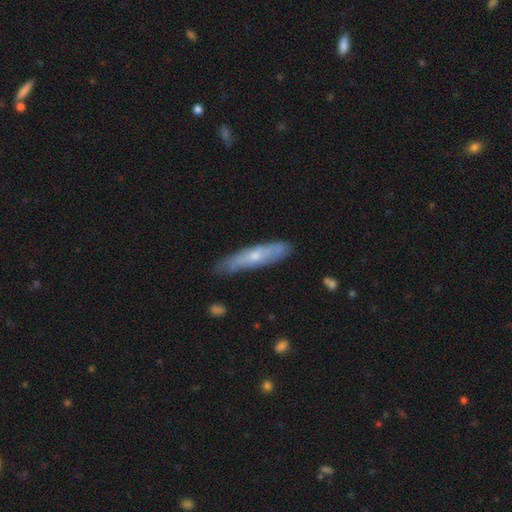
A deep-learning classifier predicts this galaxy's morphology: type=featured or disk (48%); merging=none (77%).